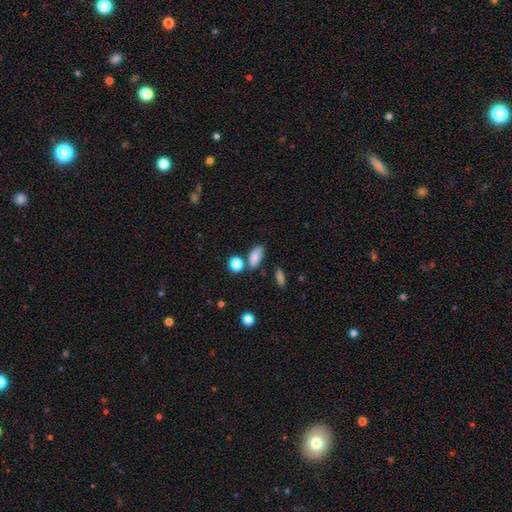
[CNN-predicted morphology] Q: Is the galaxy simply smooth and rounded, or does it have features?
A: smooth — 82%.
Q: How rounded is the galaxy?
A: in between — 82%.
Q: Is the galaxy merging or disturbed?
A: none — 68%.